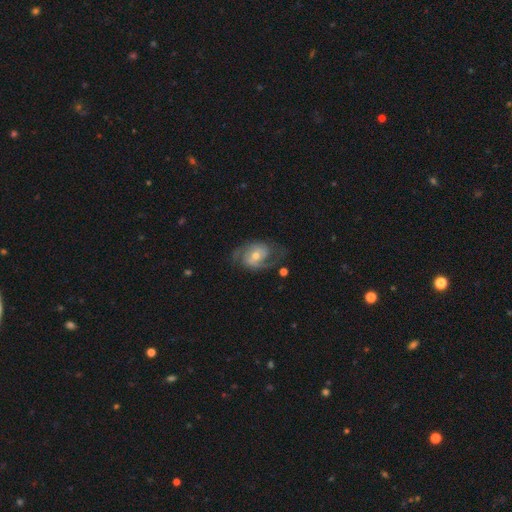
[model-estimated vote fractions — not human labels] Smooth or featured?
  - featured or disk: 80% *
  - smooth: 14%
  - star or artifact: 6%
Edge-on disk?
  - no: 97% *
  - yes: 3%
Bar?
  - no: 49% *
  - weak: 38%
  - strong: 13%
Spiral arms?
  - yes: 91% *
  - no: 9%
Spiral winding?
  - medium: 48% *
  - tight: 26%
  - loose: 26%
Spiral arm count?
  - 2: 79% *
  - can't tell: 9%
  - 3: 5%
  - 1: 4%
  - 4: 2%
  - more than 4: 1%
Bulge size?
  - moderate: 59% *
  - small: 36%
  - large: 4%
  - none: 1%
  - dominant: 1%
Merging?
  - none: 62% *
  - minor disturbance: 19%
  - major disturbance: 17%
  - merger: 2%